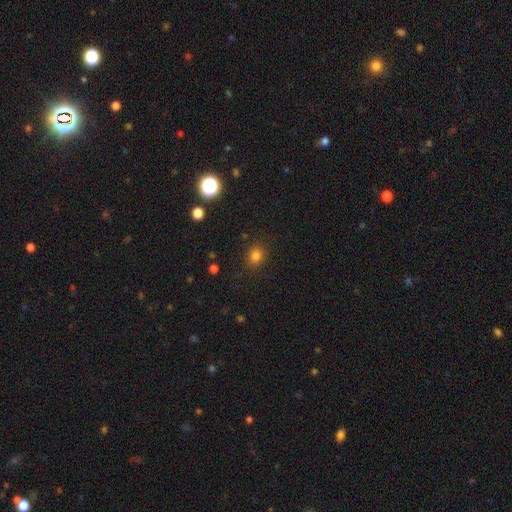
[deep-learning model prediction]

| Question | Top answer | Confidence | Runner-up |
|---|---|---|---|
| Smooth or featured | smooth | 80% | star or artifact (15%) |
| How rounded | round | 65% | in between (34%) |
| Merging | none | 85% | minor disturbance (10%) |